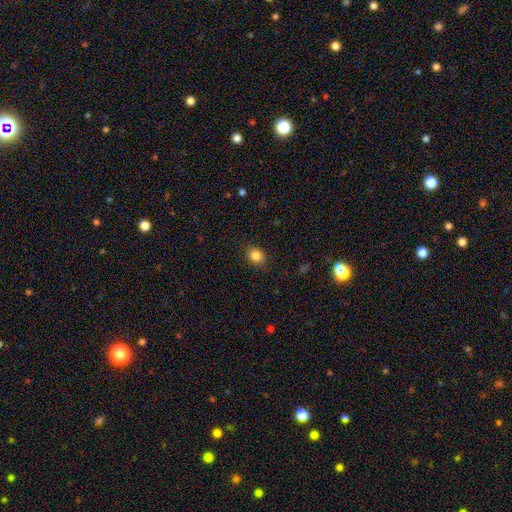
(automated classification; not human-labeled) A smooth galaxy with no disk features (84%) that is round (51%). Merging: none (85%).